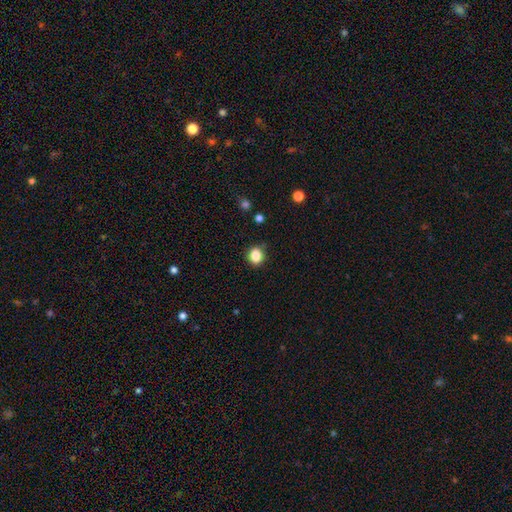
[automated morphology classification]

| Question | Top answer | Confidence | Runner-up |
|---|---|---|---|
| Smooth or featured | smooth | 86% | star or artifact (10%) |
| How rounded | round | 70% | in between (29%) |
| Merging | none | 83% | minor disturbance (13%) |